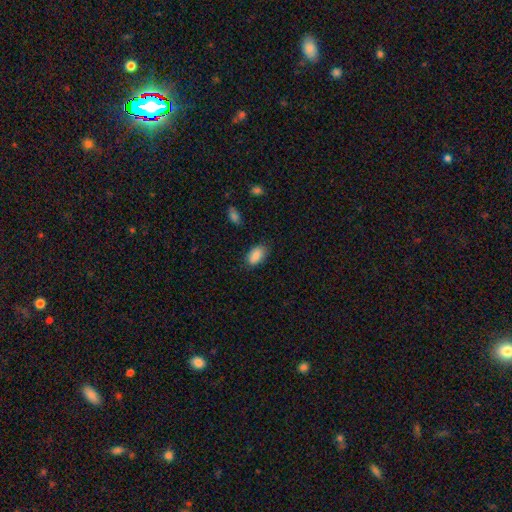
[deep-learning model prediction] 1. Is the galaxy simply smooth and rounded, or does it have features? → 88% smooth, 7% star or artifact, 5% featured or disk.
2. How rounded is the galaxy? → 92% in between, 6% round, 2% cigar-shaped.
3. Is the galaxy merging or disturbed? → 77% none, 18% minor disturbance, 4% major disturbance, 1% merger.